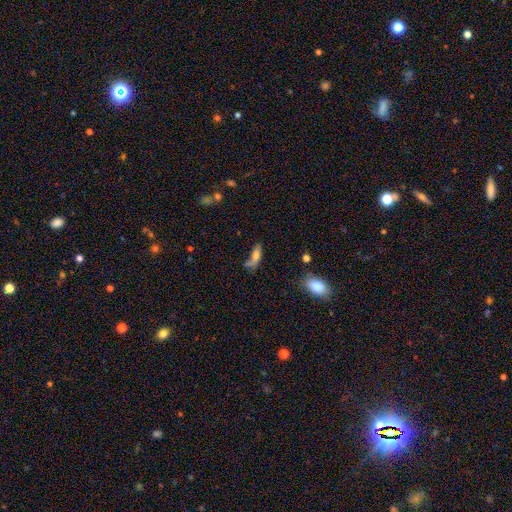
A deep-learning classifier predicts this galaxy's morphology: The model was most divided on "how rounded": in between: 53%, cigar-shaped: 43%, round: 4%. Remaining: smooth or featured — smooth (69%); merging — none (38%).